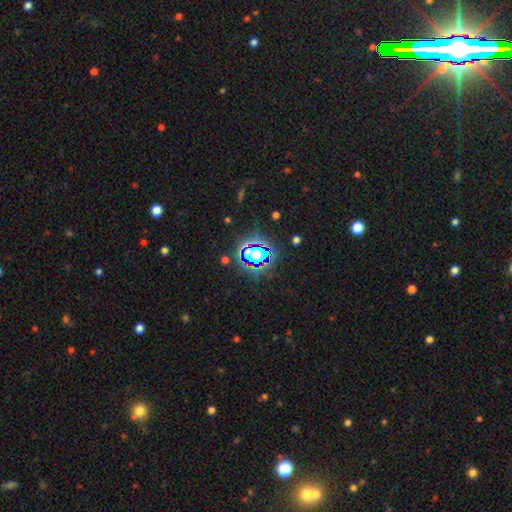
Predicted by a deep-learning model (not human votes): A star or artifact, not a galaxy (56%).